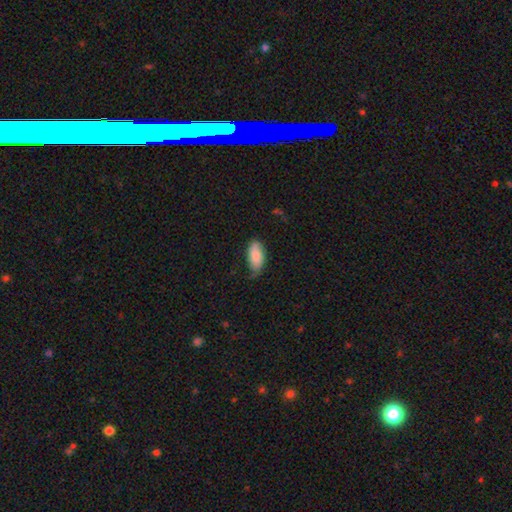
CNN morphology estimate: A smooth galaxy with no disk features (82%) that is in between round and cigar-shaped (92%).

Vote fractions:
- Smooth or featured? smooth: 82% / featured or disk: 12% / star or artifact: 6%
- How rounded? in between: 92% / cigar-shaped: 6% / round: 2%
- Merging? none: 60% / minor disturbance: 33% / major disturbance: 6% / merger: 2%